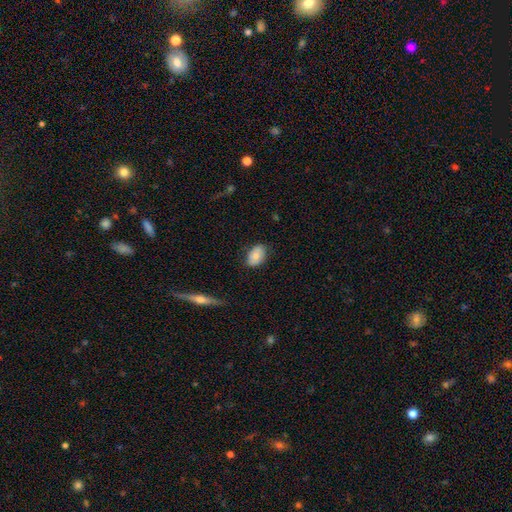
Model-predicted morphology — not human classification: Smooth or featured?
  - smooth: 74% *
  - featured or disk: 19%
  - star or artifact: 7%
How rounded?
  - in between: 85% *
  - round: 13%
  - cigar-shaped: 1%
Merging?
  - none: 78% *
  - minor disturbance: 17%
  - major disturbance: 4%
  - merger: 1%